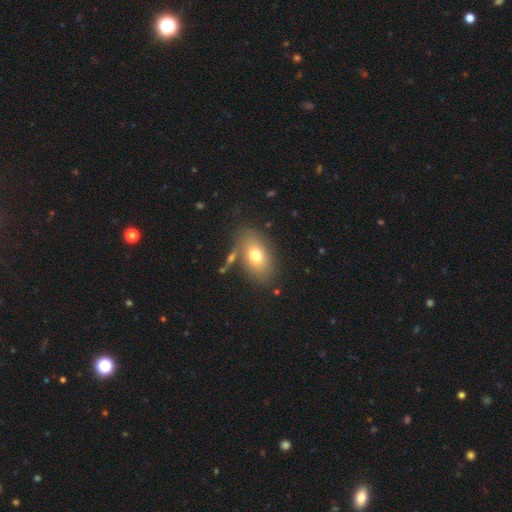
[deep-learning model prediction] smooth-or-featured: smooth: 74% | featured or disk: 17% | star or artifact: 9%
  how-rounded: in between: 87% | round: 11% | cigar-shaped: 2%
  merging: none: 72% | minor disturbance: 14% | merger: 9% | major disturbance: 5%